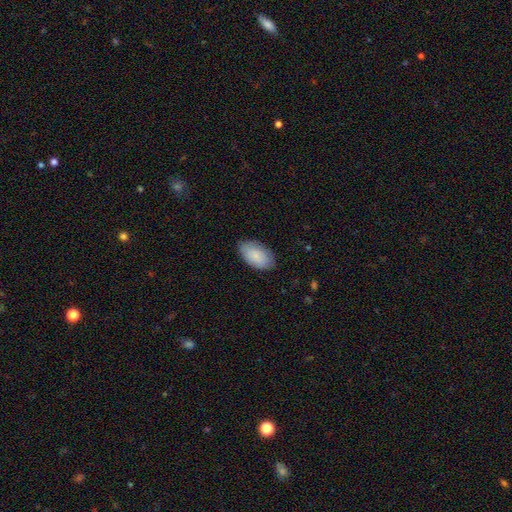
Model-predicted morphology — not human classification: smooth-or-featured: smooth: 86% | featured or disk: 8% | star or artifact: 6%
  how-rounded: in between: 95% | round: 3% | cigar-shaped: 2%
  merging: none: 82% | minor disturbance: 15% | major disturbance: 3% | merger: 1%